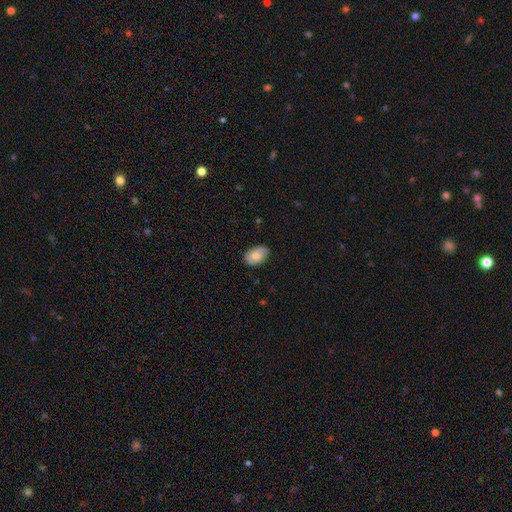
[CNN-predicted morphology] Overall: smooth (77%). How rounded: in between (89%). Merging: none (79%).